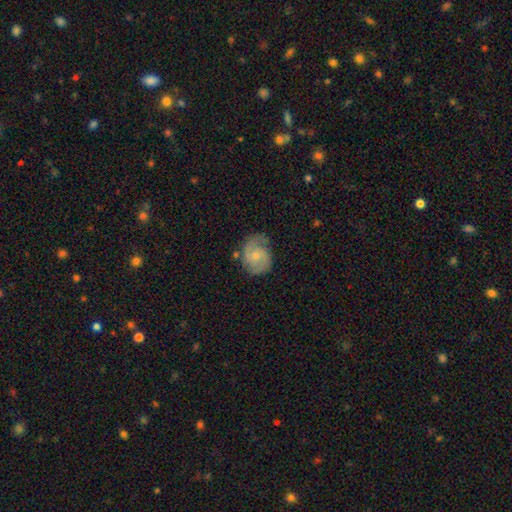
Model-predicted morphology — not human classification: Smooth or featured? featured or disk (64%)
Edge-on disk? no (98%)
Bar? no (69%)
Spiral arms? yes (90%)
Spiral winding? medium (45%)
Spiral arm count? 2 (73%)
Bulge size? small (61%)
Merging? none (61%)